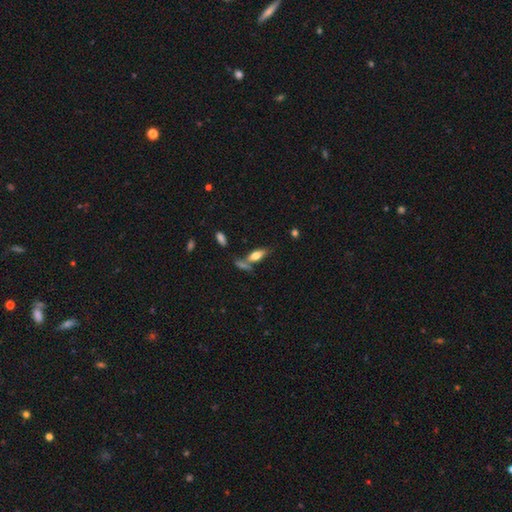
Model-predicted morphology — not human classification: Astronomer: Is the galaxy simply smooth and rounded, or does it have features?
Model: smooth — 61%.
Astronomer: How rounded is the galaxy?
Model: in between — 68%.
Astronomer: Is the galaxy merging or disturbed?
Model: none — 58%.